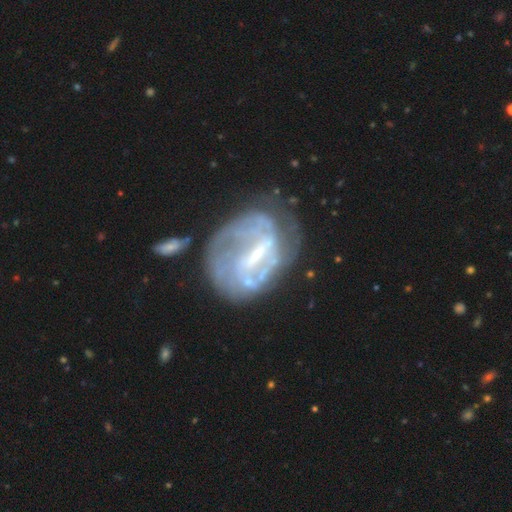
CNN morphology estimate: smooth-or-featured: featured or disk: 77% | smooth: 15% | star or artifact: 8%
  disk-edge-on: no: 96% | yes: 4%
    bar: strong: 52% | weak: 35% | no: 14%
    has-spiral-arms: yes: 61% | no: 39%
    bulge-size: small: 39% | none: 29% | moderate: 27% | large: 4% | dominant: 1%
  merging: none: 49% | minor disturbance: 22% | major disturbance: 22% | merger: 7%